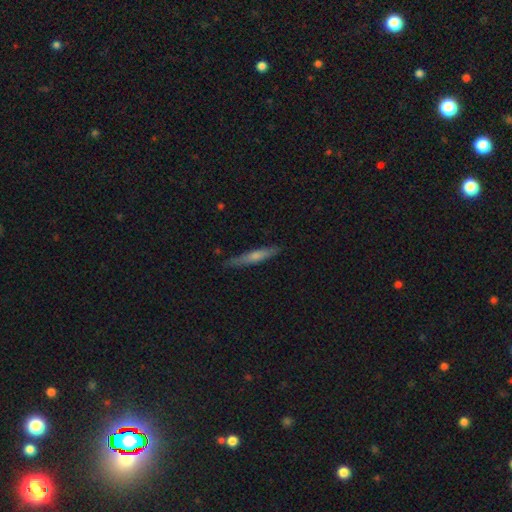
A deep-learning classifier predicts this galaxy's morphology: Smooth or featured: smooth — 50% (featured or disk — 43%)
How rounded: cigar-shaped — 93% (in between — 5%)
Merging: none — 85% (minor disturbance — 12%)